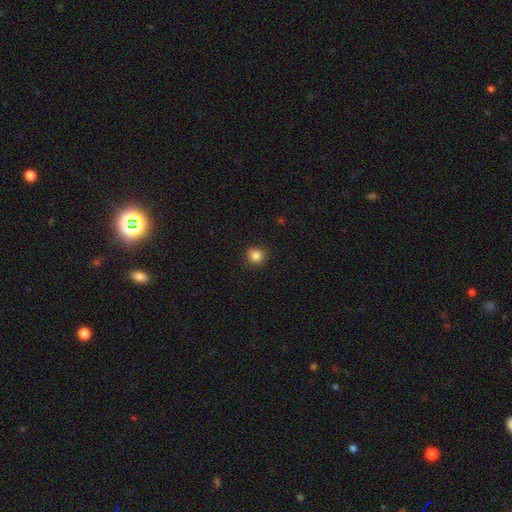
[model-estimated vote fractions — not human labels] This is clearly a smooth galaxy (85%). How rounded: clearly round (88%). Merging: clearly none (90%).